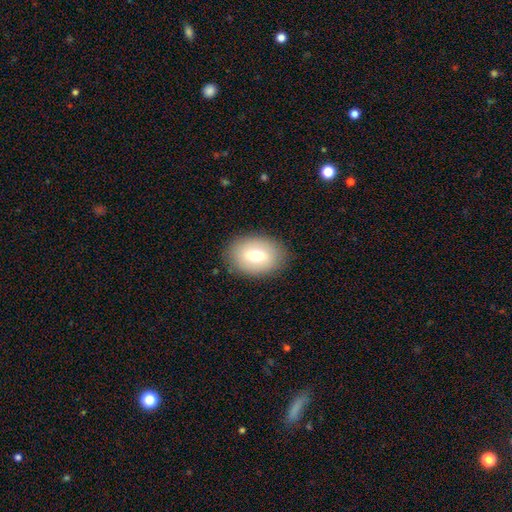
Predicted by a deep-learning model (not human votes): This appears to be a smooth galaxy with no disk features (63%) that is in between round and cigar-shaped (83%). Merging: none (84%).